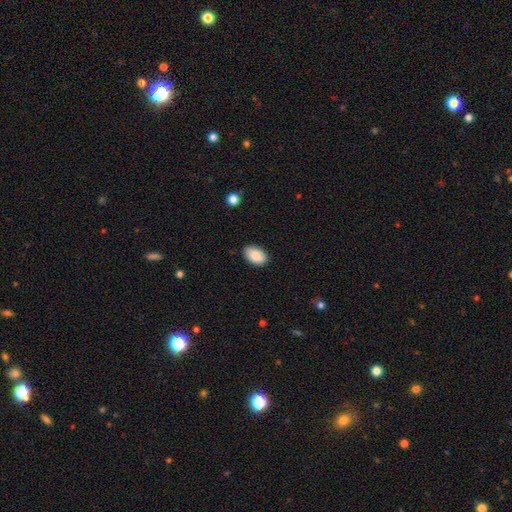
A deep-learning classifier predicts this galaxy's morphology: A smooth galaxy with no disk features (89%) that is in between round and cigar-shaped (93%). Merging: none (88%).